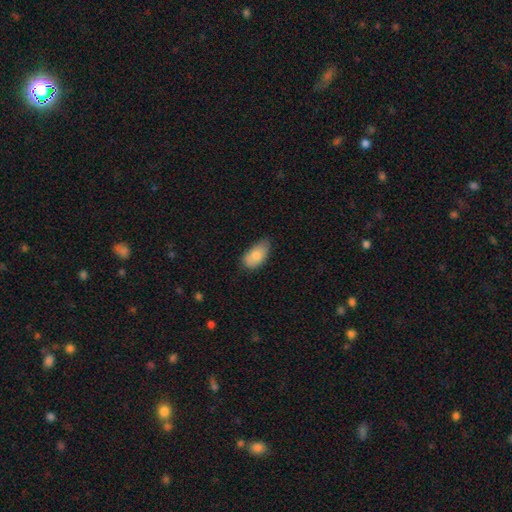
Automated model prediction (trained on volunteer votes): smooth_or_featured: smooth (p=0.81) [alt: featured or disk p=0.12]
how_rounded: in between (p=0.93) [alt: round p=0.05]
merging: none (p=0.56) [alt: minor disturbance p=0.36]